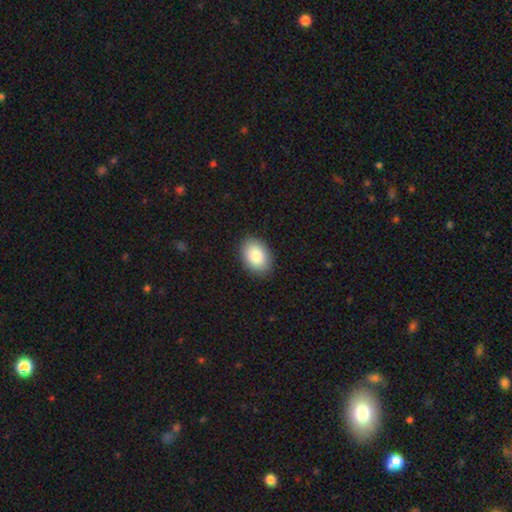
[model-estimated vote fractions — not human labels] smooth-or-featured: smooth: 85% | featured or disk: 8% | star or artifact: 7%
  how-rounded: in between: 82% | round: 17% | cigar-shaped: 1%
  merging: none: 88% | minor disturbance: 9% | major disturbance: 2% | merger: 1%